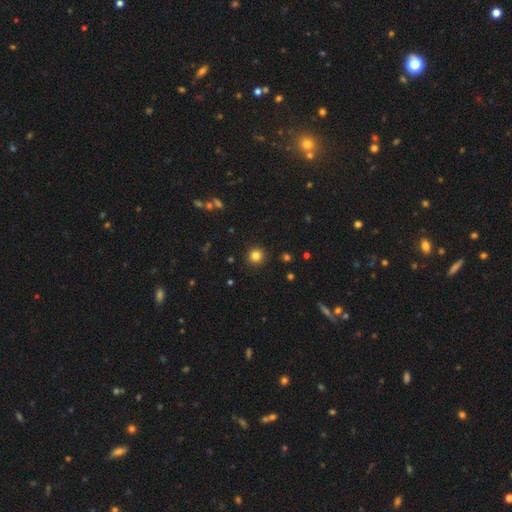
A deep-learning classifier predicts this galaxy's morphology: The model was most divided on "smooth or featured": smooth: 82%, star or artifact: 13%, featured or disk: 5%. More confident: how rounded — round (95%); merging — none (92%).